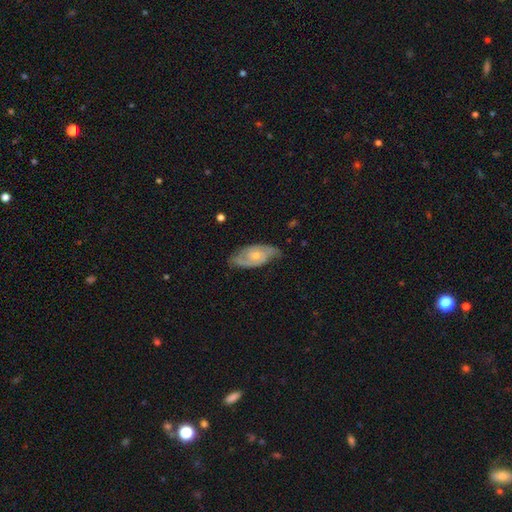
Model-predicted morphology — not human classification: A featured or disk galaxy (79%) with no bar (67%), 2 (82%) medium (45%) spiral arms (93%) and a small central bulge (53%).

Vote fractions:
- Smooth or featured? featured or disk: 79% / smooth: 16% / star or artifact: 5%
- Edge-on disk? no: 94% / yes: 6%
- Bar? no: 67% / weak: 29% / strong: 5%
- Spiral arms? yes: 93% / no: 7%
- Spiral winding? medium: 45% / tight: 41% / loose: 14%
- Spiral arm count? 2: 82% / can't tell: 10% / 3: 3% / 1: 2% / 4: 1% / more than 4: 1%
- Bulge size? small: 53% / moderate: 40% / none: 4% / large: 2% / dominant: 1%
- Merging? none: 74% / minor disturbance: 20% / major disturbance: 5% / merger: 1%